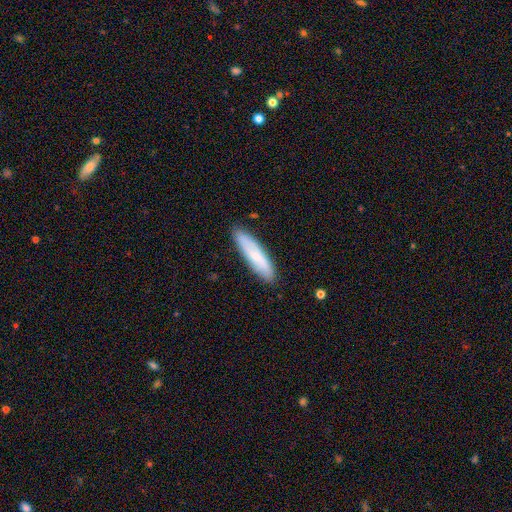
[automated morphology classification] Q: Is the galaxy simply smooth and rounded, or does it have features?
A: smooth — 68%.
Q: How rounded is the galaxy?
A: cigar-shaped — 77%.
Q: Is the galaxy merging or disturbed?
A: none — 88%.